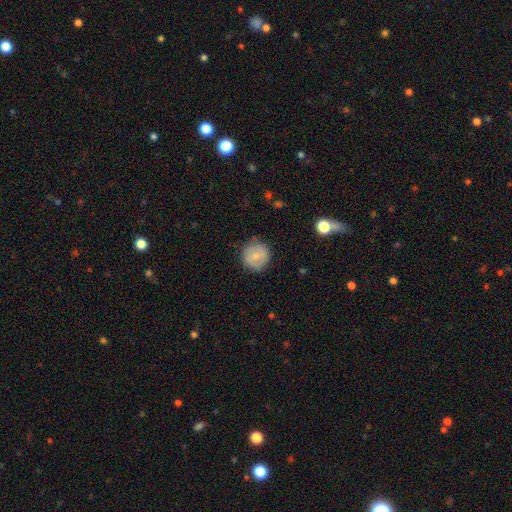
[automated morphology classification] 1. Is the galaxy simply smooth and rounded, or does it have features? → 66% smooth, 26% featured or disk, 7% star or artifact.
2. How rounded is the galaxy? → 92% round, 7% in between, 1% cigar-shaped.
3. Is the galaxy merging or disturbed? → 82% none, 13% minor disturbance, 3% major disturbance, 1% merger.